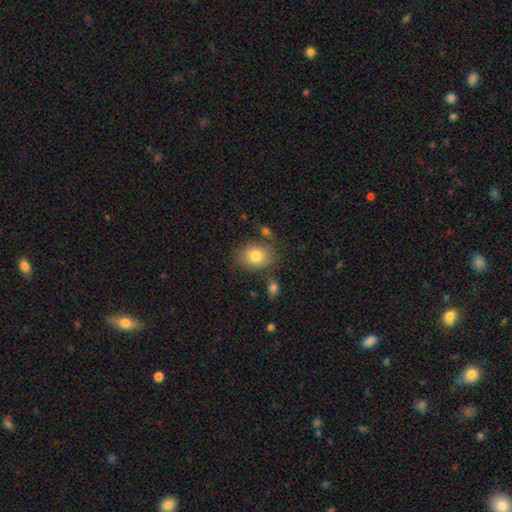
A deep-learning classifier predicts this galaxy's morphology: Smooth or featured? Predicted: smooth (p=0.80). How rounded? Predicted: in between (p=0.51). Merging? Predicted: none (p=0.75).